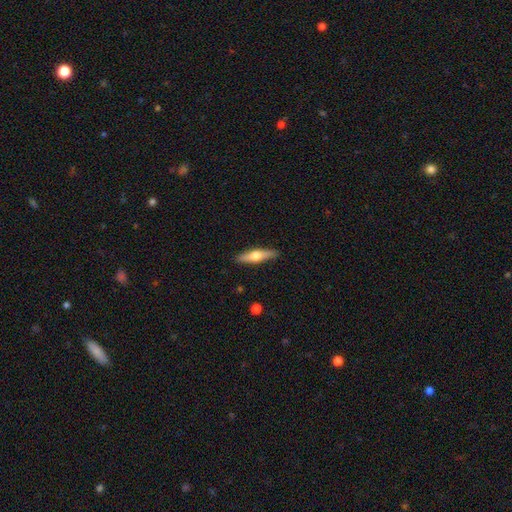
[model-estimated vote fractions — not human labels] Smooth or featured?
  - smooth: 50% *
  - featured or disk: 45%
  - star or artifact: 5%
Merging?
  - none: 89% *
  - minor disturbance: 9%
  - major disturbance: 2%
  - merger: 1%